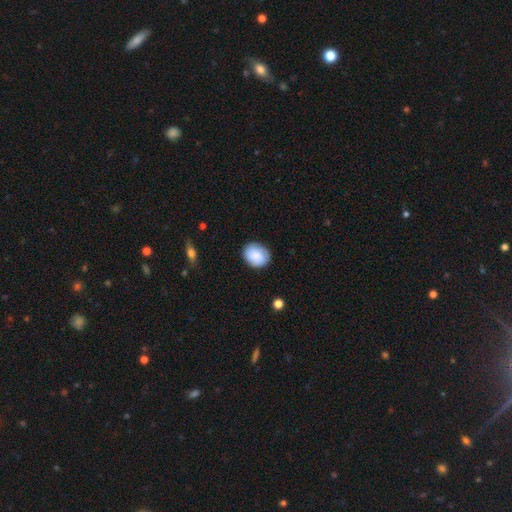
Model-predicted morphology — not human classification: This appears to be a smooth galaxy with no disk features (84%) that is round (56%). Merging: none (82%).